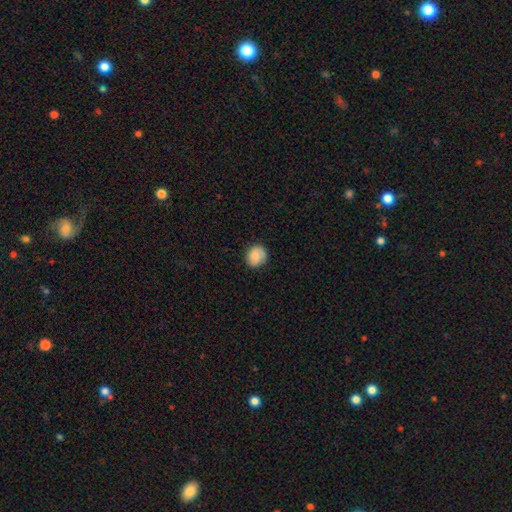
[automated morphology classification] Smooth or featured?
  - smooth: 72% *
  - featured or disk: 21%
  - star or artifact: 8%
How rounded?
  - round: 77% *
  - in between: 22%
  - cigar-shaped: 1%
Merging?
  - none: 79% *
  - minor disturbance: 15%
  - major disturbance: 4%
  - merger: 1%